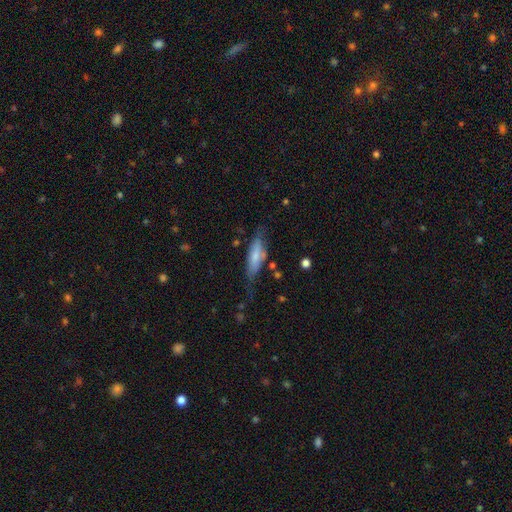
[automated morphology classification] Smooth or featured? smooth (59%)
How rounded? cigar-shaped (50%)
Merging? none (51%)